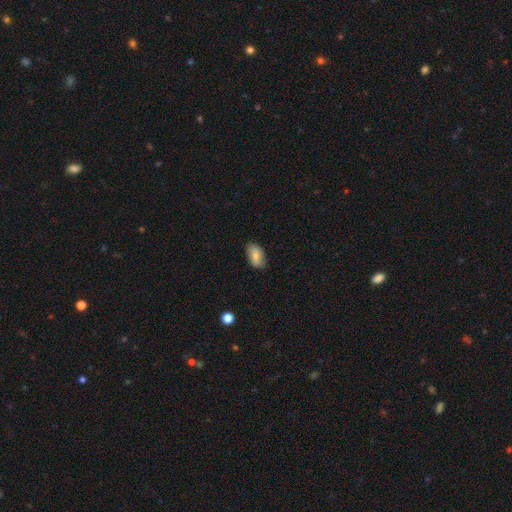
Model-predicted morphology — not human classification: A smooth galaxy with no disk features (74%) that is in between round and cigar-shaped (92%). Merging: none (81%).